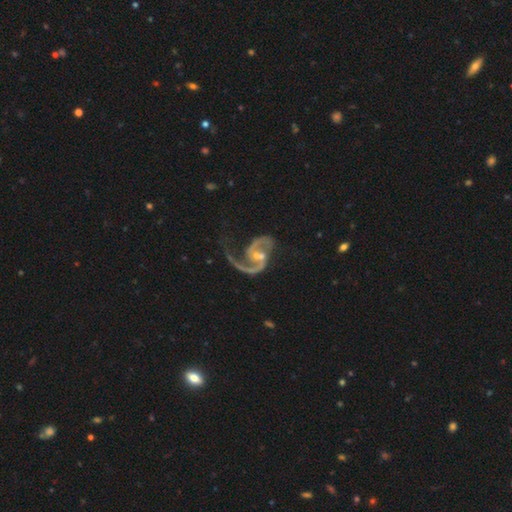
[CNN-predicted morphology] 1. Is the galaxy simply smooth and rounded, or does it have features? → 93% featured or disk, 4% star or artifact, 3% smooth.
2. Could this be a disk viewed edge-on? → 98% no, 2% yes.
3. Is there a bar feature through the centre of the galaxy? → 45% weak, 37% no, 18% strong.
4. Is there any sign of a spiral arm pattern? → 98% yes, 2% no.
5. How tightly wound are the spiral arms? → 57% medium, 31% loose, 12% tight.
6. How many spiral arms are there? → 90% 2, 5% 1, 1% can't tell, 1% 3, 1% 4, 1% more than 4.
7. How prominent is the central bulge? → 56% small, 34% moderate, 7% none, 2% large, 1% dominant.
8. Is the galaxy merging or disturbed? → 57% none, 20% major disturbance, 19% minor disturbance, 4% merger.